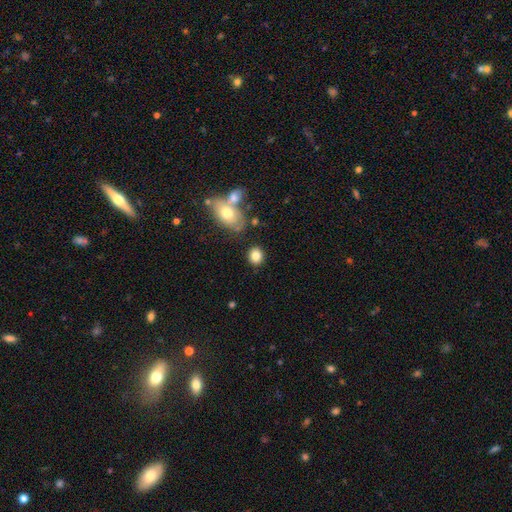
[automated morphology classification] This appears to be a smooth galaxy with no disk features (83%) that is round (68%). Merging: none (81%).